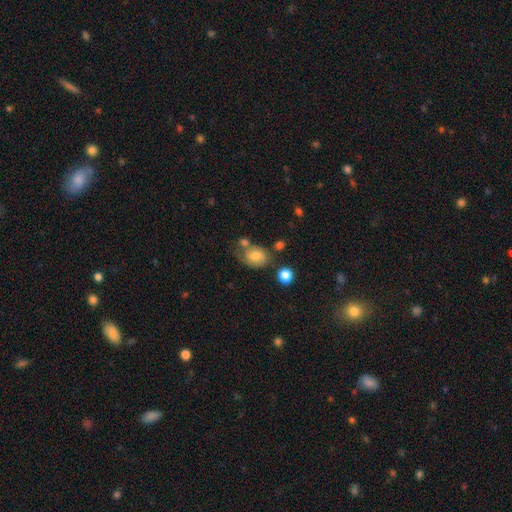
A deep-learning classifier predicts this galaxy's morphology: Overall: smooth (62%; featured or disk 28%). How rounded: in between (52%; round 47%). Merging: none (45%; minor disturbance 25%).